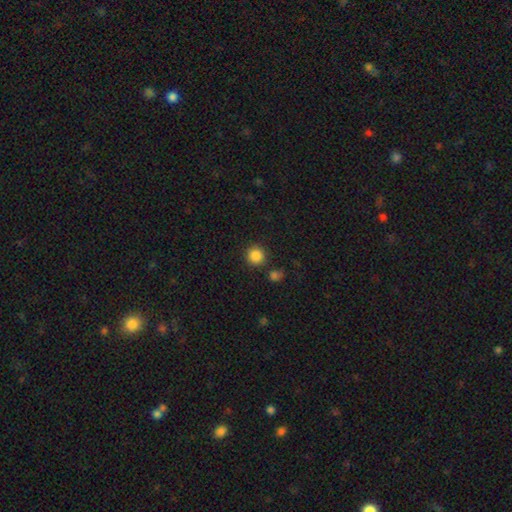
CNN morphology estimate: This appears to be a smooth galaxy with no disk features (86%) that is round (94%). Merging: none (87%).